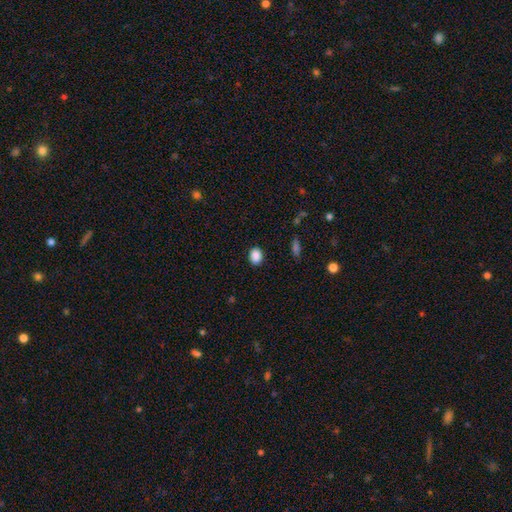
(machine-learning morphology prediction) This is clearly a smooth galaxy (88%). How rounded: possibly in between (58%). Merging: clearly none (89%).